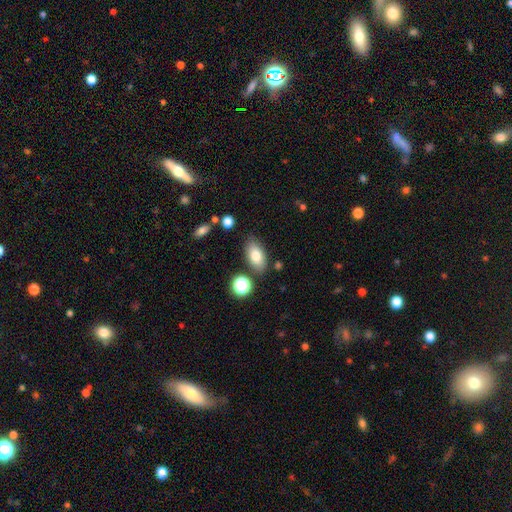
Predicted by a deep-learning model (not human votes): smooth 80%, featured or disk 12%, star or artifact 8%. Down the decision tree: how rounded — in between (90%); merging — none (80%).